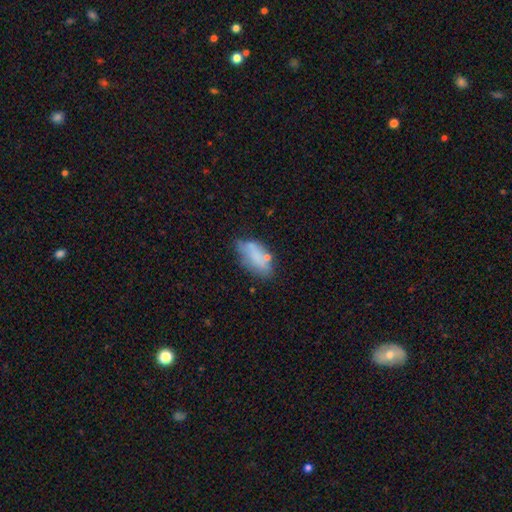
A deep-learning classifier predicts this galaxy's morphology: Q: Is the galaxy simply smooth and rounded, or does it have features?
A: smooth — 66%.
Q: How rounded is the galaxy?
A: in between — 86%.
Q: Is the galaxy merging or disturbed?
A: none — 47%.